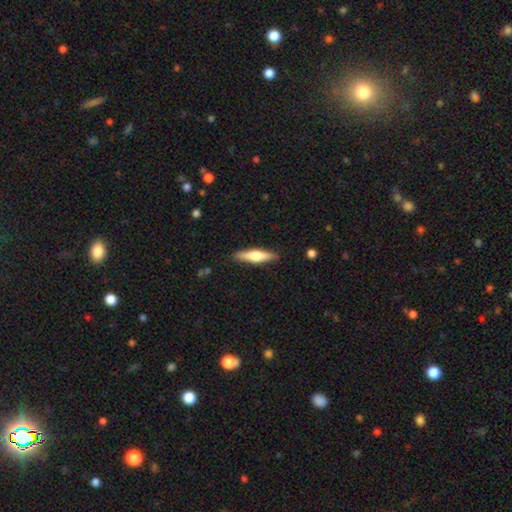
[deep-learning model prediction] smooth-or-featured: smooth: 49% | featured or disk: 45% | star or artifact: 5%
  merging: none: 88% | minor disturbance: 9% | major disturbance: 2% | merger: 1%